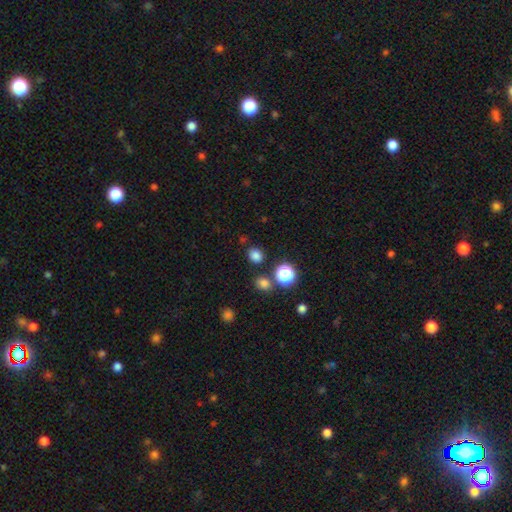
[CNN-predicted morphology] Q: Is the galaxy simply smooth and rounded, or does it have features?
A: smooth — 79%.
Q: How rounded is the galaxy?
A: round — 68%.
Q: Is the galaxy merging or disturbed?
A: none — 83%.